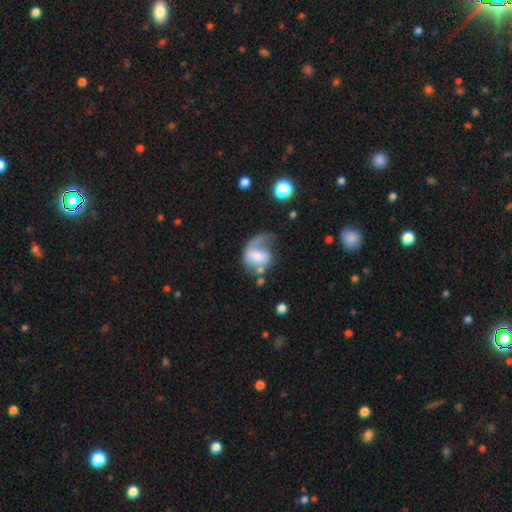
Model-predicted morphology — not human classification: This is possibly a featured or disk galaxy (52%). It is clearly not viewed edge-on (97%). Bar: possibly no (51%). Spiral arm pattern: likely yes (68%). Central bulge: marginally moderate (40%). Merging: marginally major disturbance (43%).